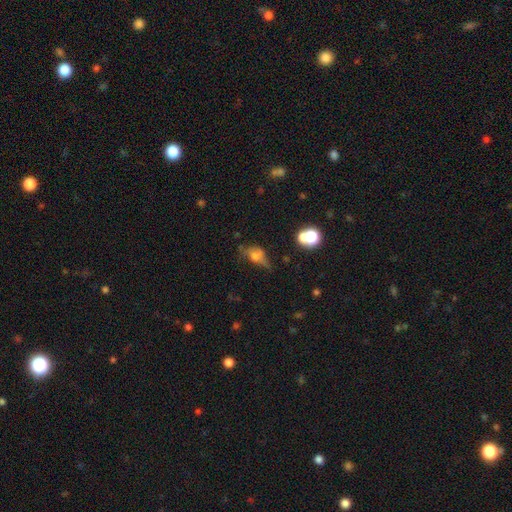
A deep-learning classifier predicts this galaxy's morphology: Smooth or featured?
  - smooth: 55% *
  - featured or disk: 30%
  - star or artifact: 15%
How rounded?
  - in between: 68% *
  - round: 24%
  - cigar-shaped: 7%
Merging?
  - none: 32% *
  - minor disturbance: 31%
  - major disturbance: 29%
  - merger: 9%